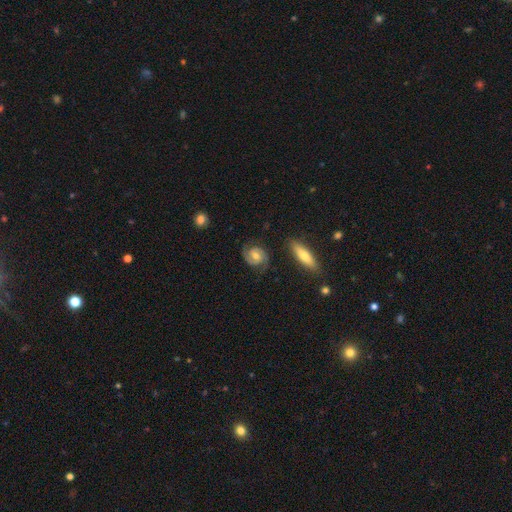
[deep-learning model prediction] Smooth or featured: featured or disk — 80% (smooth — 13%)
Edge-on disk: no — 97% (yes — 3%)
Bar: no — 57% (weak — 34%)
Spiral arms: yes — 96% (no — 4%)
Spiral winding: tight — 48% (medium — 43%)
Spiral arm count: 2 — 91% (can't tell — 4%)
Bulge size: moderate — 63% (small — 26%)
Merging: none — 81% (minor disturbance — 13%)